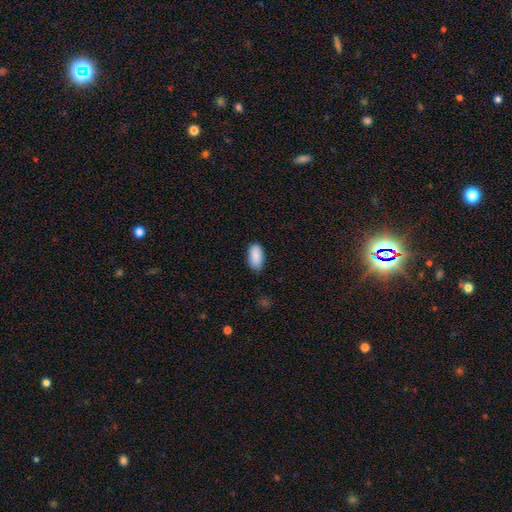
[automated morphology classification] This appears to be a smooth galaxy with no disk features (90%) that is in between round and cigar-shaped (94%). Merging: none (80%).